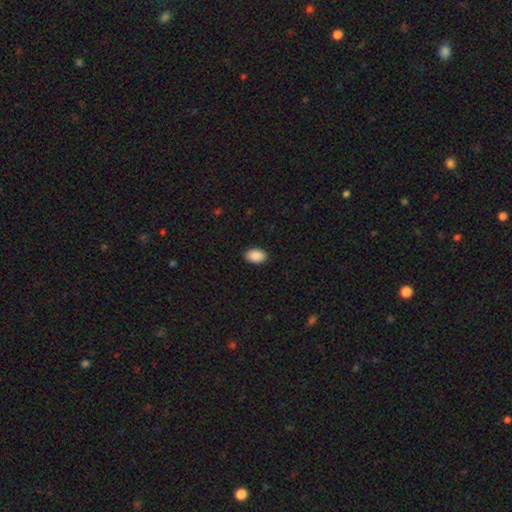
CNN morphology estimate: A smooth galaxy with no disk features (91%) that is in between round and cigar-shaped (89%). Merging: none (90%).